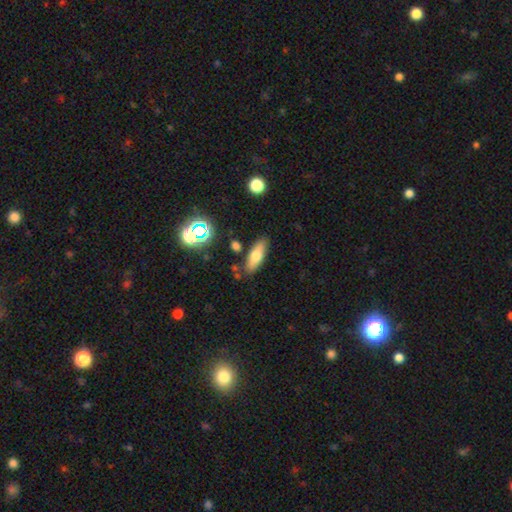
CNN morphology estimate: smooth-or-featured: smooth: 66% | featured or disk: 24% | star or artifact: 10%
  how-rounded: in between: 62% | cigar-shaped: 34% | round: 3%
  merging: none: 82% | minor disturbance: 11% | merger: 4% | major disturbance: 3%